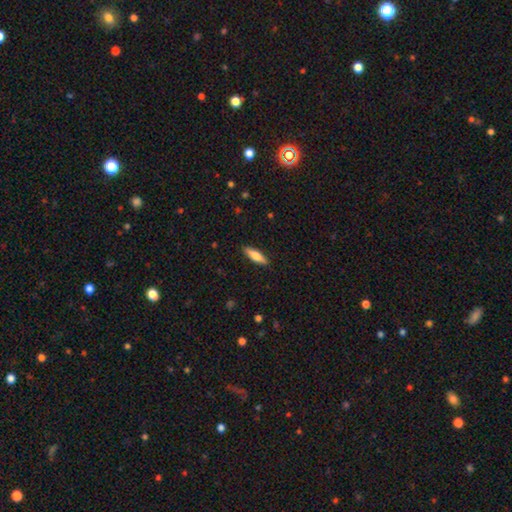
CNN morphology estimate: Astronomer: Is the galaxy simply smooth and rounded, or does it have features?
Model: smooth — 59% (runner-up: featured or disk, 35%).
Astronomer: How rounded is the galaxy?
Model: cigar-shaped — 60% (runner-up: in between, 37%).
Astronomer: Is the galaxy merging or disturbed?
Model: none — 90%.